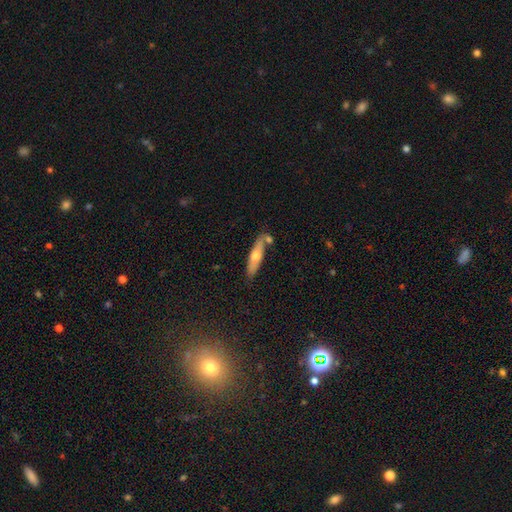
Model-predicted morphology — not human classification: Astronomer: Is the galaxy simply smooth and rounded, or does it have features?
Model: smooth — 53% (runner-up: featured or disk, 41%).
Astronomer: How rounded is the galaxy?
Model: cigar-shaped — 73%.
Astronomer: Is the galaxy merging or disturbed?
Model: none — 69%.